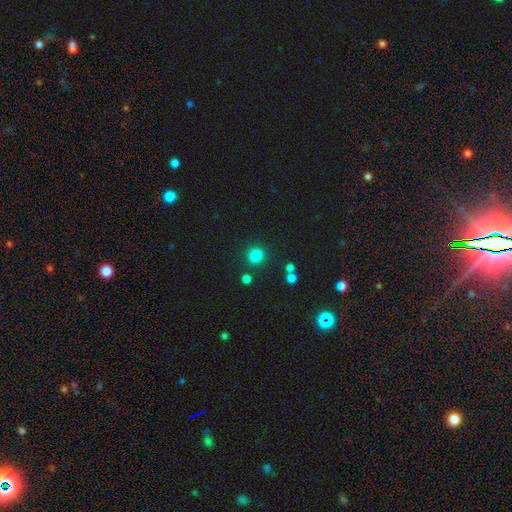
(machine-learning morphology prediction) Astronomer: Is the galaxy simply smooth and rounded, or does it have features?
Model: smooth — 82%.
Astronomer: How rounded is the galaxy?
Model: round — 91%.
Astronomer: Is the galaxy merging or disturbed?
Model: none — 87%.